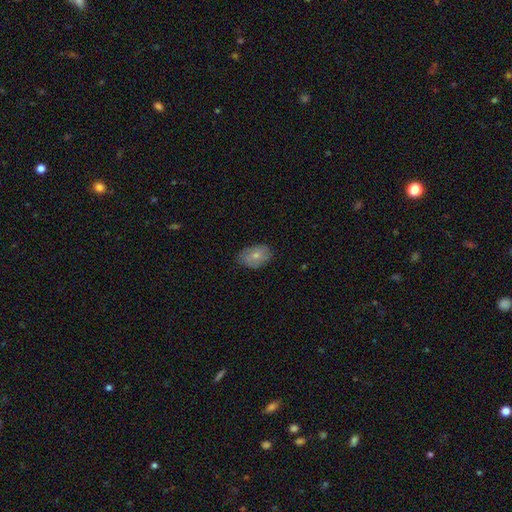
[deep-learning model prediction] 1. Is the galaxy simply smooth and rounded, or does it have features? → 71% smooth, 22% featured or disk, 7% star or artifact.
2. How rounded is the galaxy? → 83% in between, 16% round, 1% cigar-shaped.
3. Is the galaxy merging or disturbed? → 75% none, 20% minor disturbance, 4% major disturbance, 1% merger.